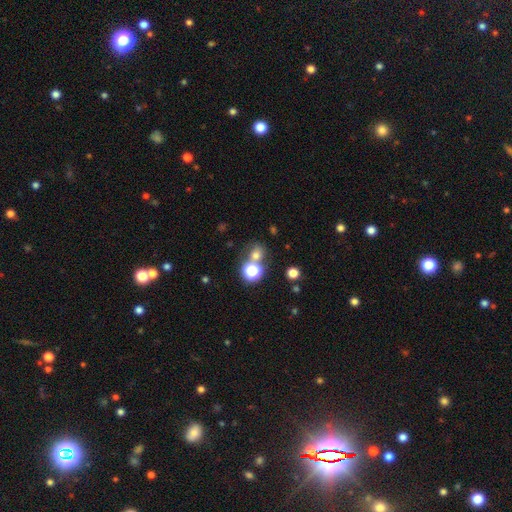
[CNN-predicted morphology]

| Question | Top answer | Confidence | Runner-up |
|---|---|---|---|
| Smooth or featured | smooth | 64% | star or artifact (25%) |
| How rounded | round | 77% | in between (22%) |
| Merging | none | 56% | merger (29%) |